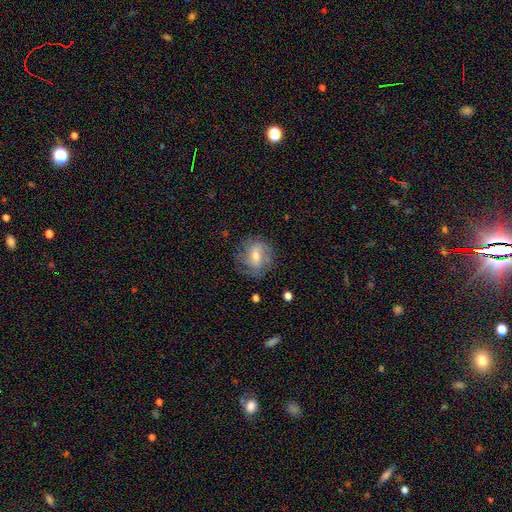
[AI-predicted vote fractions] A featured or disk galaxy (53%) with a weak bar (50%), spiral arms (72%) and a moderate central bulge (57%). Merging: none (70%).